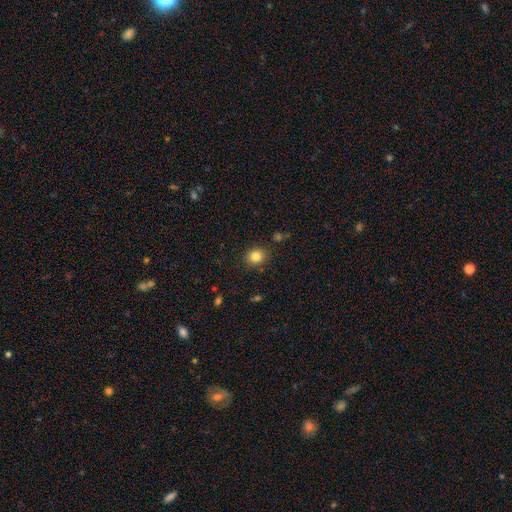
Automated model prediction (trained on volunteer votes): A smooth galaxy with no disk features (83%) that is round (69%). Merging: none (86%).